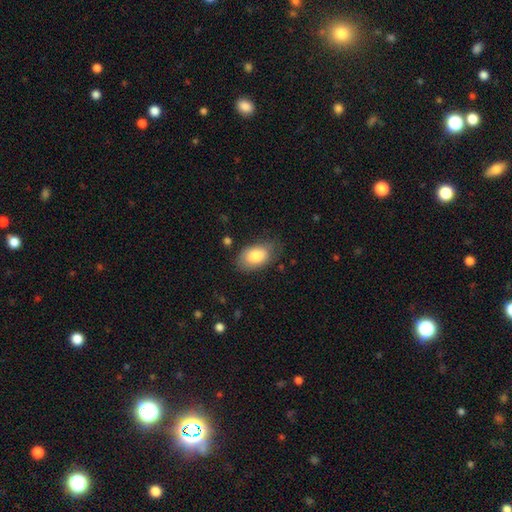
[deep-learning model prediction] The model was most divided on "merging": none: 68%, minor disturbance: 23%, major disturbance: 7%, merger: 2%. More confident: how rounded — in between (91%); smooth or featured — smooth (82%).